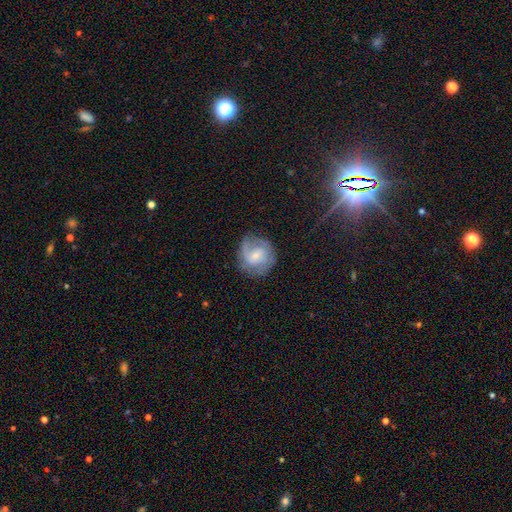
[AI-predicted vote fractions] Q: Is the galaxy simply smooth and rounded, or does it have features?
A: featured or disk — 64%.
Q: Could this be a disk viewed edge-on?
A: no — 98%.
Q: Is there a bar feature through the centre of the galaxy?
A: weak — 49%.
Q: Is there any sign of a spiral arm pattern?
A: yes — 86%.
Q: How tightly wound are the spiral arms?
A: medium — 43%.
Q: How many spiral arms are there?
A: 2 — 51%.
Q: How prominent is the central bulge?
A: small — 59%.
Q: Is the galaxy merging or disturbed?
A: none — 70%.